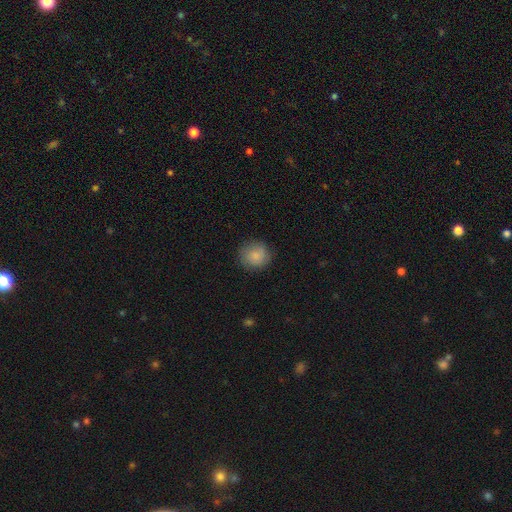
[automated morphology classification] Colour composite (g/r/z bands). It shows a smooth galaxy with no disk features (84%) that is round (90%). Merging: none (83%).